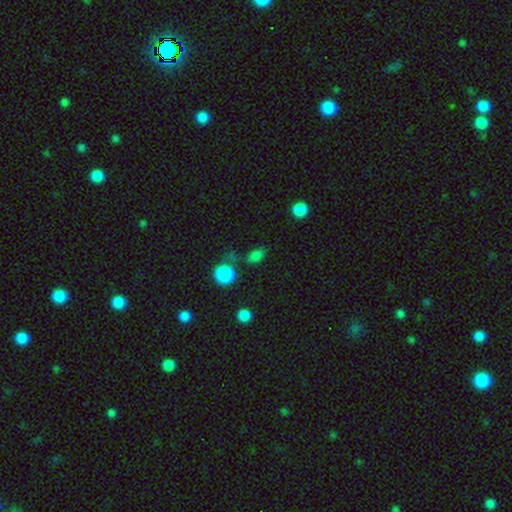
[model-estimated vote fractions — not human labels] smooth 81%, star or artifact 14%, featured or disk 6%. Down the decision tree: how rounded — in between (73%); merging — none (63%).